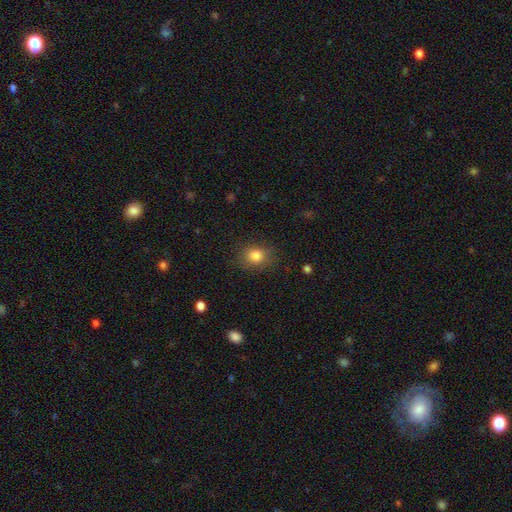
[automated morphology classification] A smooth galaxy with no disk features (83%) that is round (51%). Merging: none (81%).